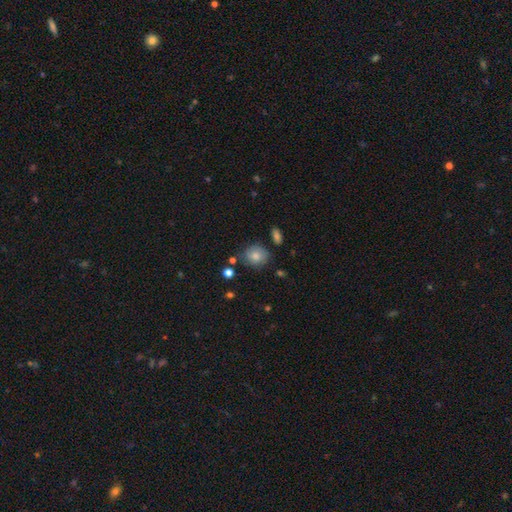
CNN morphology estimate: smooth_or_featured: smooth (p=0.78) [alt: featured or disk p=0.13]
how_rounded: round (p=0.76) [alt: in between p=0.23]
merging: none (p=0.72) [alt: minor disturbance p=0.19]